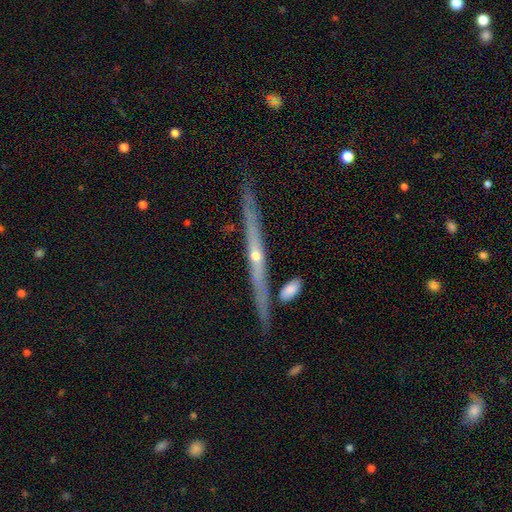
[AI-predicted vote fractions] featured or disk 82%, smooth 11%, star or artifact 7%. Down the decision tree: edge-on disk — yes (97%); edge-on bulge — rounded (72%); merging — none (87%).